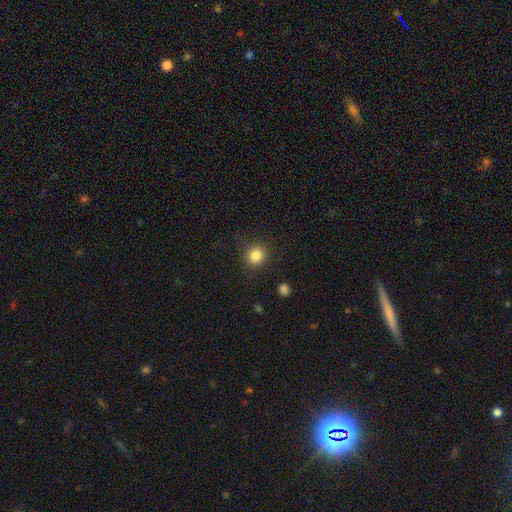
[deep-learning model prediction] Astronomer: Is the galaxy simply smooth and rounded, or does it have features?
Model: smooth — 84%.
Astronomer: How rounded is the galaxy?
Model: round — 89%.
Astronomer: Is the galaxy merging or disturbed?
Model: none — 87%.